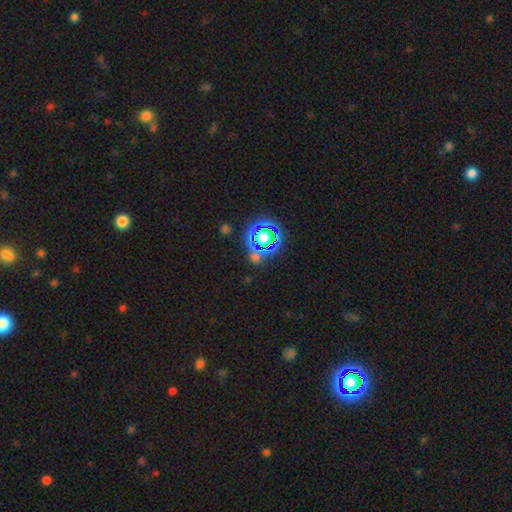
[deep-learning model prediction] smooth_or_featured: star or artifact (p=0.69) [alt: smooth p=0.23]